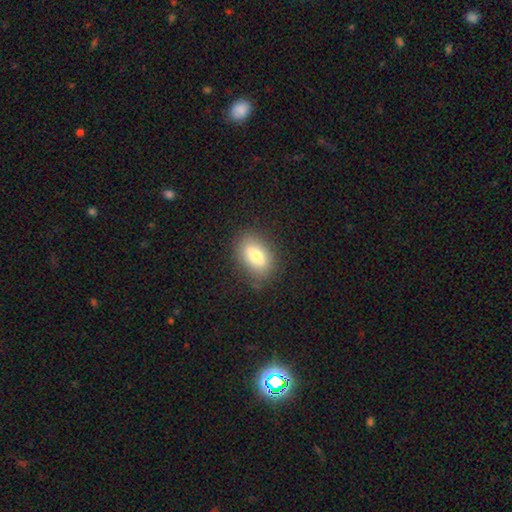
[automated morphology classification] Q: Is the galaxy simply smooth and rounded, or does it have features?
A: smooth — 77%.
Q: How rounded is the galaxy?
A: in between — 84%.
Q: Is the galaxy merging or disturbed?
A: none — 82%.